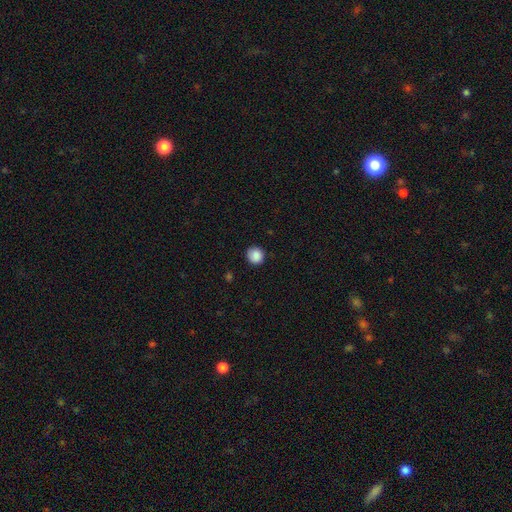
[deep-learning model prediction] smooth 88%, star or artifact 9%, featured or disk 3%. Down the decision tree: how rounded — round (89%); merging — none (87%).